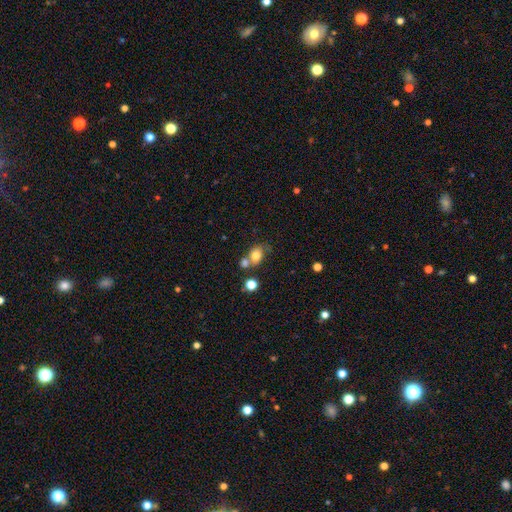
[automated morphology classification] The model was most divided on "how rounded": in between: 50%, round: 49%, cigar-shaped: 1%. Remaining: smooth or featured — smooth (76%); merging — none (48%).